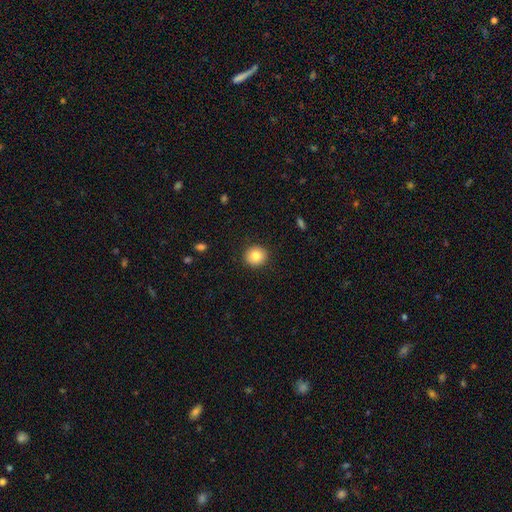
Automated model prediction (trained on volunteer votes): The model was most divided on "how rounded": round: 87%, in between: 12%, cigar-shaped: 1%. More confident: merging — none (91%); smooth or featured — smooth (84%).